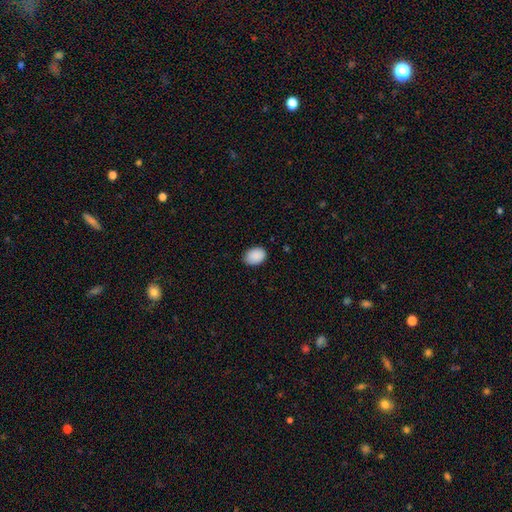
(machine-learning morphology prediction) A smooth galaxy with no disk features (90%) that is in between round and cigar-shaped (75%). Merging: none (82%).